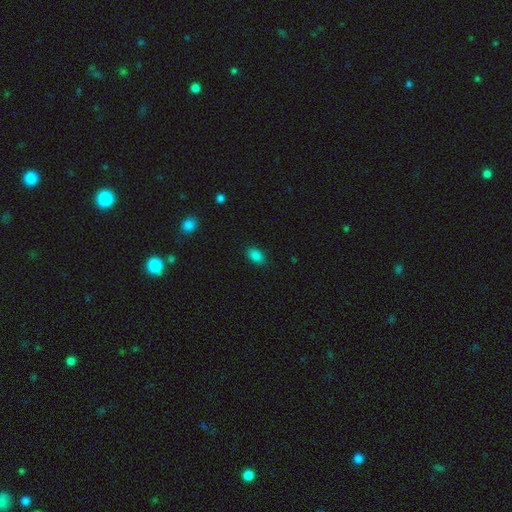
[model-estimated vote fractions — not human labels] smooth 85%, star or artifact 11%, featured or disk 4%. Down the decision tree: how rounded — in between (88%); merging — none (87%).